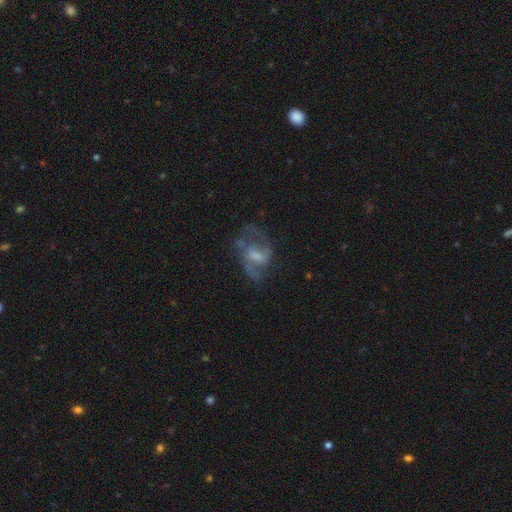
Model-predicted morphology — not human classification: This appears to be a featured or disk galaxy (74%) with a weak bar (52%), 2 (70%) loose (44%, tied with medium) spiral arms (85%) and a small central bulge (35%). Merging: none (55%).